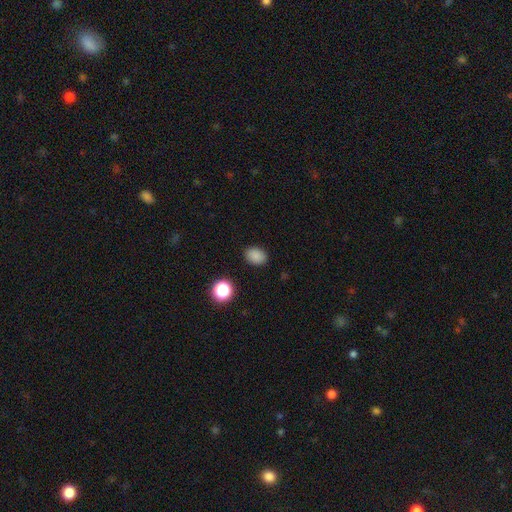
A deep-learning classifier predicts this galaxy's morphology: Smooth or featured?
  - smooth: 84% *
  - star or artifact: 12%
  - featured or disk: 4%
How rounded?
  - in between: 68% *
  - round: 31%
  - cigar-shaped: 1%
Merging?
  - none: 87% *
  - minor disturbance: 9%
  - major disturbance: 2%
  - merger: 1%